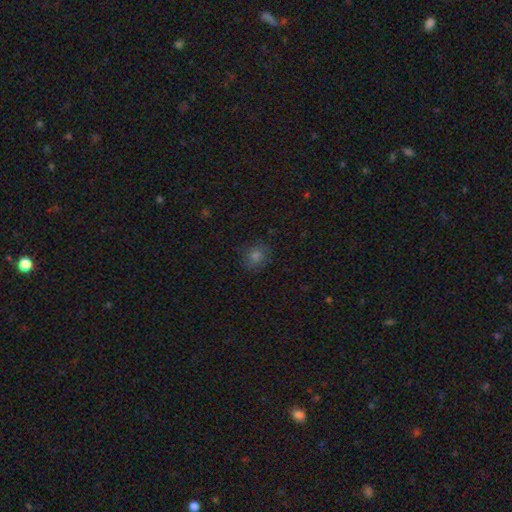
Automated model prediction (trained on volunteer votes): Overall: smooth (67%). How rounded: round (73%). Merging: none (82%).